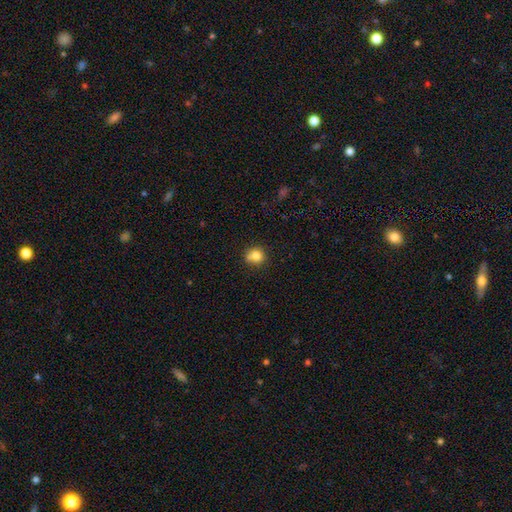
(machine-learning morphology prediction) This appears to be a smooth galaxy with no disk features (80%) that is round (83%). Merging: none (65%).